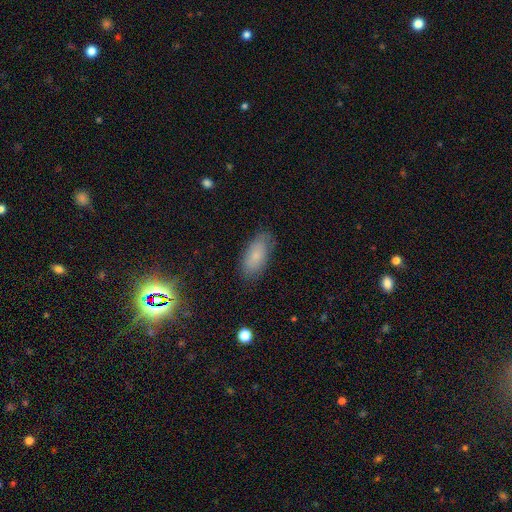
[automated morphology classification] Smooth or featured? smooth (75%)
How rounded? in between (89%)
Merging? none (78%)